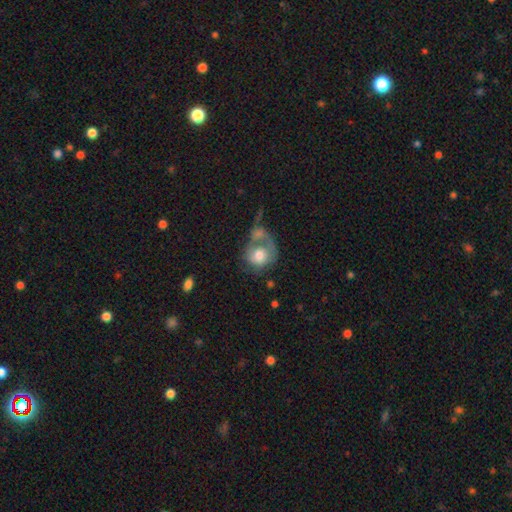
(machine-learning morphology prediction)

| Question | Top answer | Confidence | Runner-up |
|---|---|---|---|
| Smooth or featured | smooth | 53% | featured or disk (32%) |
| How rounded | round | 78% | in between (21%) |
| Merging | none | 38% | merger (31%) |